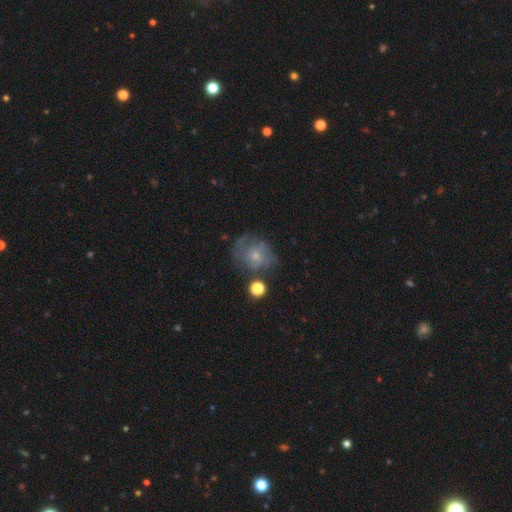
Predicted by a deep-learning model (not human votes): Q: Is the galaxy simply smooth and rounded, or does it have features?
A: featured or disk — 52%.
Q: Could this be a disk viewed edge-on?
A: no — 97%.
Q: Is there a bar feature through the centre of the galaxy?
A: no — 83%.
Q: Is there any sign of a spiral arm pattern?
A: yes — 64%.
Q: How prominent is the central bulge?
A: small — 67%.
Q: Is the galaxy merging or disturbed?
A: none — 49%.